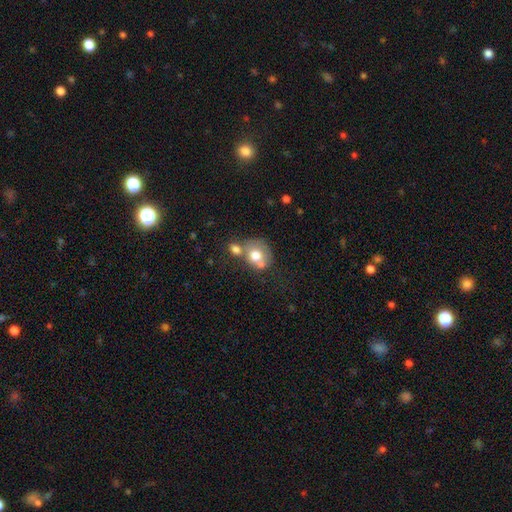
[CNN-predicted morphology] smooth-or-featured: smooth: 68% | featured or disk: 23% | star or artifact: 9%
  how-rounded: round: 69% | in between: 30% | cigar-shaped: 1%
  merging: merger: 46% | none: 34% | minor disturbance: 13% | major disturbance: 7%